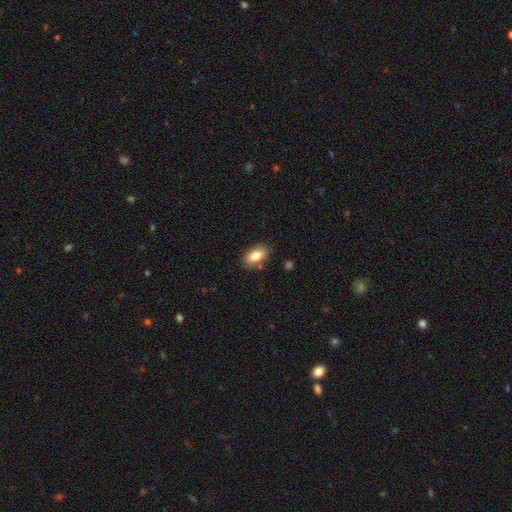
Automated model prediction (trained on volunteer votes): Morphology: type=smooth (82%); roundness=in between (91%); merging=none (84%).